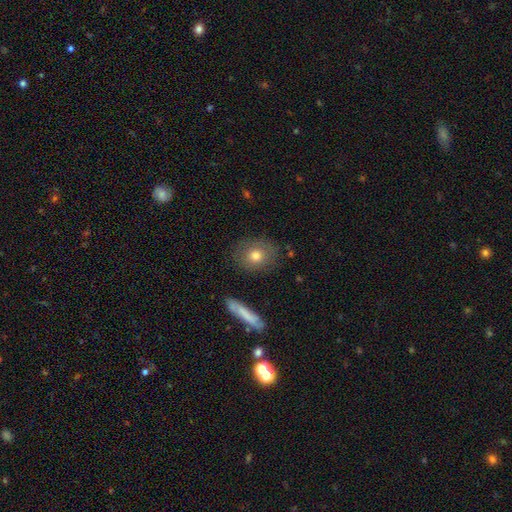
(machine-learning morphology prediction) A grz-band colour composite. It shows a smooth galaxy with no disk features (76%) that is round (68%). Merging: none (82%).